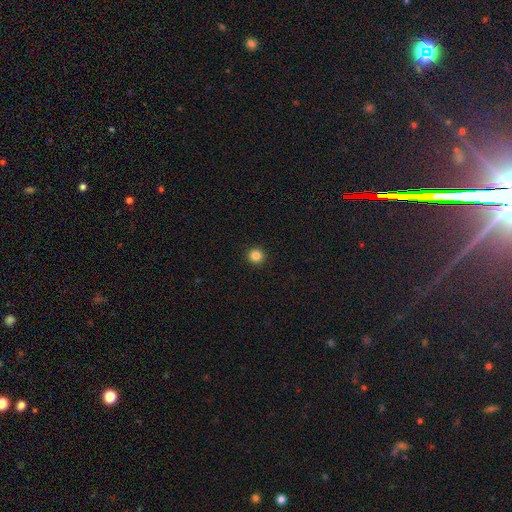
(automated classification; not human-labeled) This appears to be a smooth galaxy with no disk features (85%) that is round (95%). Merging: none (94%).